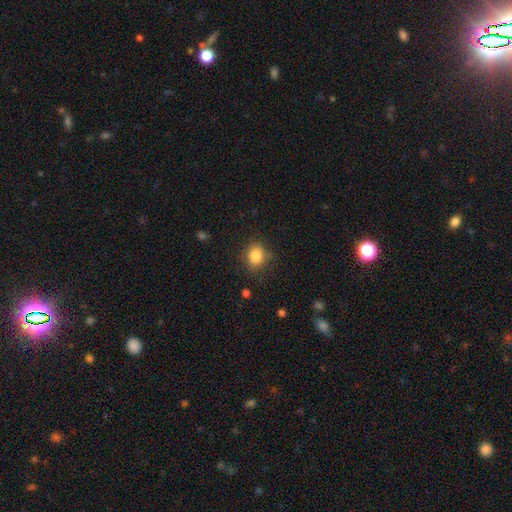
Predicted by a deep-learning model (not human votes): Smooth or featured? Predicted: smooth (p=0.85). How rounded? Predicted: round (p=0.62). Merging? Predicted: none (p=0.80).